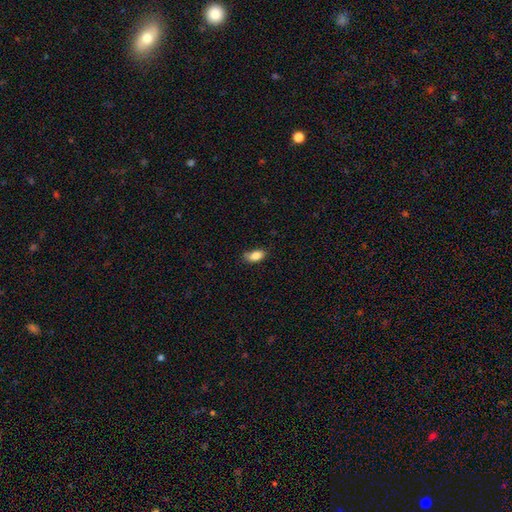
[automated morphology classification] Smooth or featured: smooth — 84% (star or artifact — 8%)
How rounded: in between — 90% (round — 5%)
Merging: none — 68% (minor disturbance — 25%)